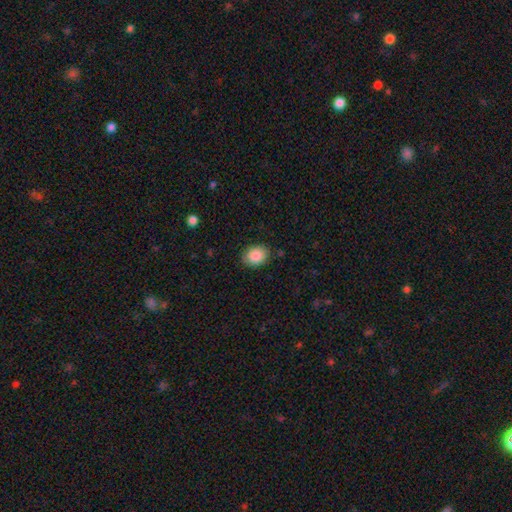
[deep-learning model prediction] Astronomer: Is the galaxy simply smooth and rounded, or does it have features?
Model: smooth — 88%.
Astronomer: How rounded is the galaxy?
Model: in between — 59% (runner-up: round, 40%).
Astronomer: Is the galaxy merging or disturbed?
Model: none — 86%.